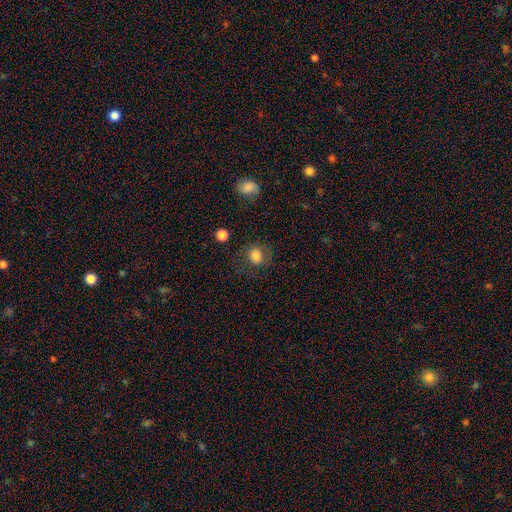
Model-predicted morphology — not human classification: type=smooth (81%); roundness=round (67%); merging=none (74%).